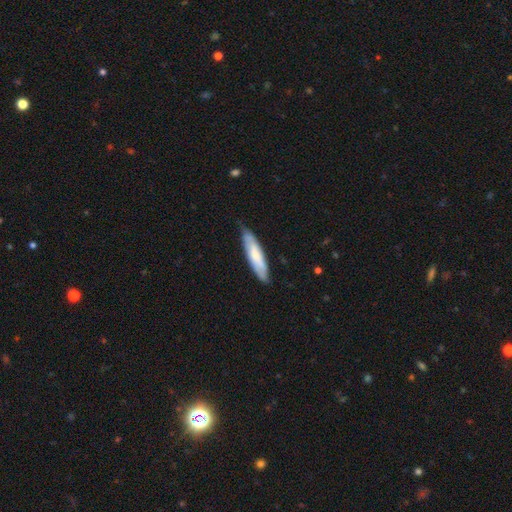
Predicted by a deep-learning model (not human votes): Morphology: type=smooth (62%); roundness=cigar-shaped (74%); merging=none (75%).